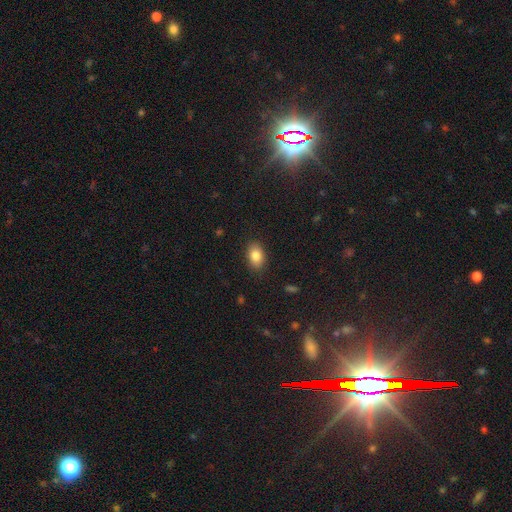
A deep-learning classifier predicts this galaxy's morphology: Smooth or featured? smooth (84%)
How rounded? in between (87%)
Merging? none (87%)